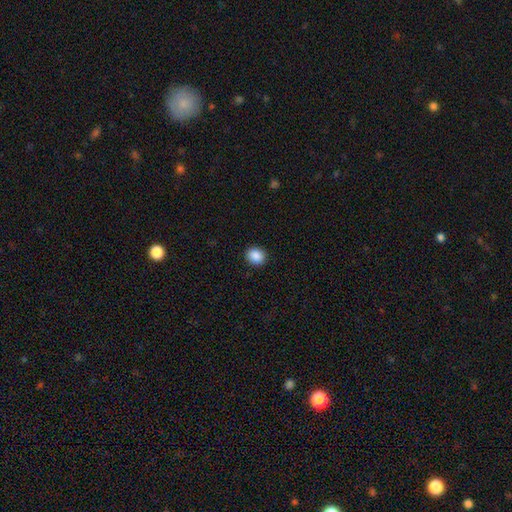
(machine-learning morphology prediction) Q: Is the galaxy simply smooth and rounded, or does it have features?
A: smooth — 89%.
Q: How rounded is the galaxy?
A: round — 72%.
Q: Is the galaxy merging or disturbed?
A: none — 92%.